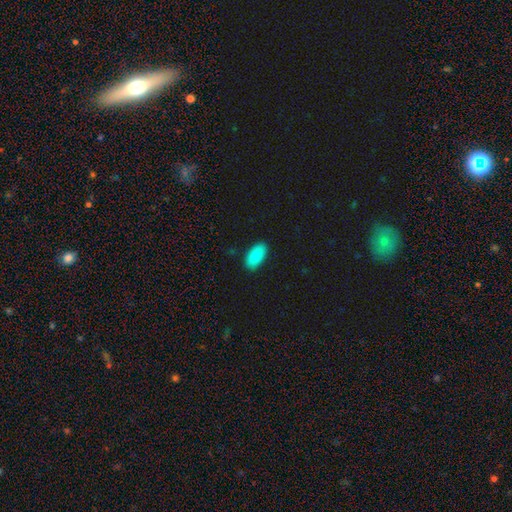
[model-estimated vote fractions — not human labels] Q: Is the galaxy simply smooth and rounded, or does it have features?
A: smooth — 90%.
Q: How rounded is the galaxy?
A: in between — 92%.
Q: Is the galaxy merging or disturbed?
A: none — 88%.